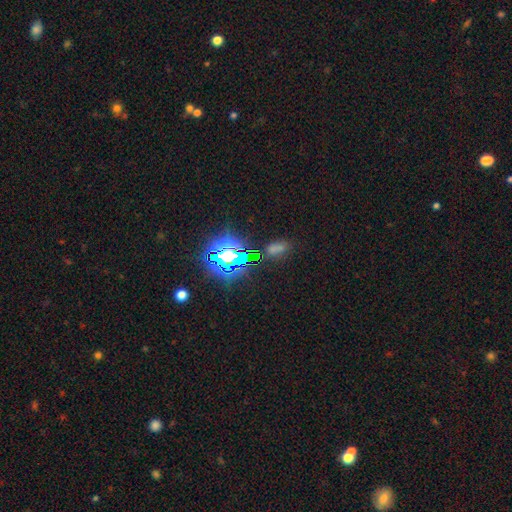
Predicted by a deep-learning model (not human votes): This is clearly a star or artifact rather than a galaxy (80%).